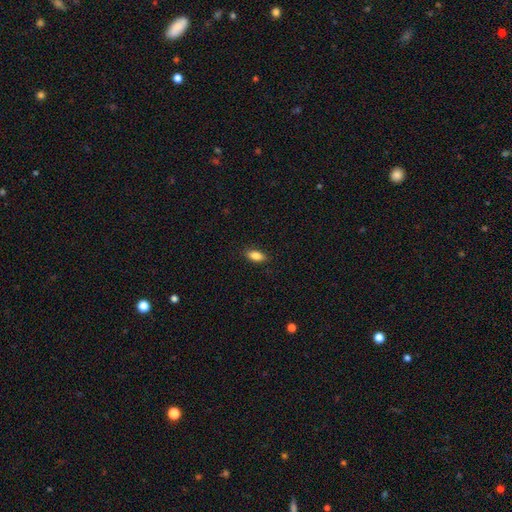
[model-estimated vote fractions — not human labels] smooth 85%, star or artifact 8%, featured or disk 7%. Down the decision tree: how rounded — in between (87%); merging — none (88%).